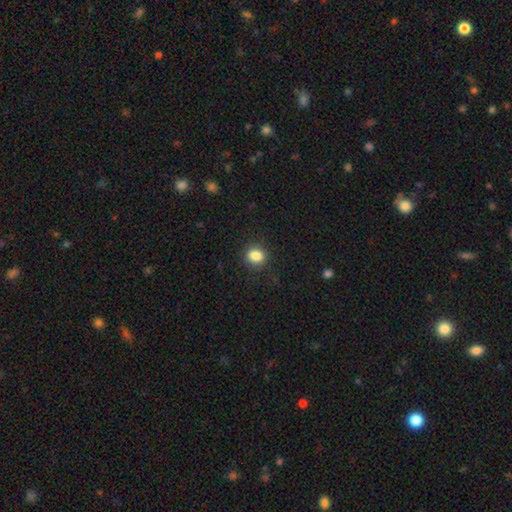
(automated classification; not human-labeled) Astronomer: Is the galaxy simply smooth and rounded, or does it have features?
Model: smooth — 85%.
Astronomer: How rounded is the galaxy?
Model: round — 63%.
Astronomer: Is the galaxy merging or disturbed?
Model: none — 88%.